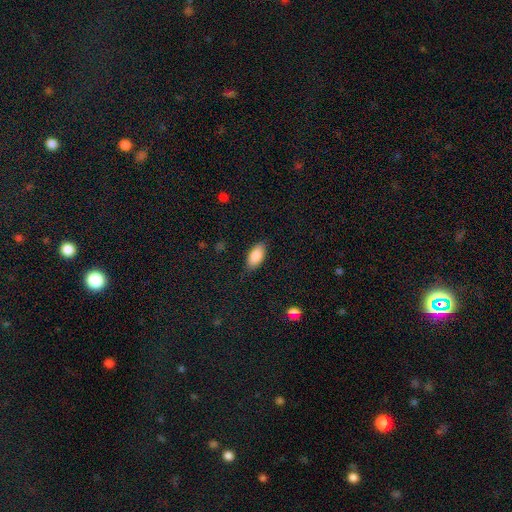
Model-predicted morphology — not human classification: Smooth or featured: smooth — 87% (star or artifact — 7%)
How rounded: in between — 91% (cigar-shaped — 7%)
Merging: none — 82% (minor disturbance — 13%)